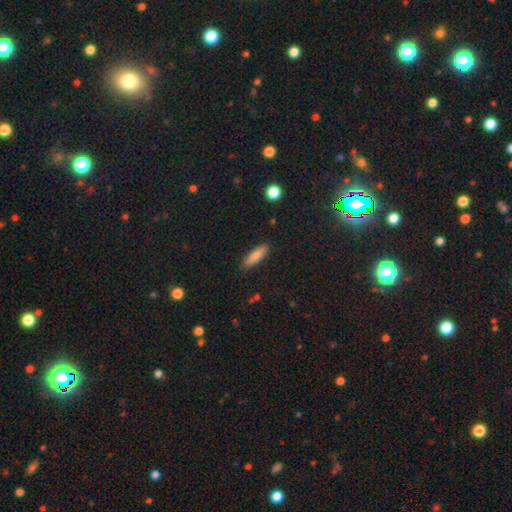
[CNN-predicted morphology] This is clearly a smooth galaxy (81%). How rounded: possibly cigar-shaped (57%). Merging: clearly none (86%).